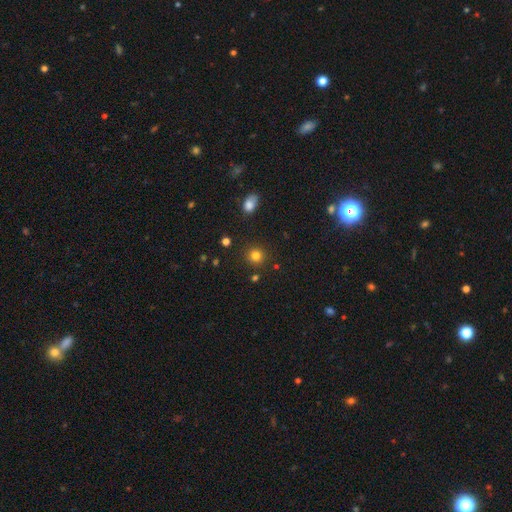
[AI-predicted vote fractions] A smooth galaxy with no disk features (81%) that is round (92%). Merging: none (89%).